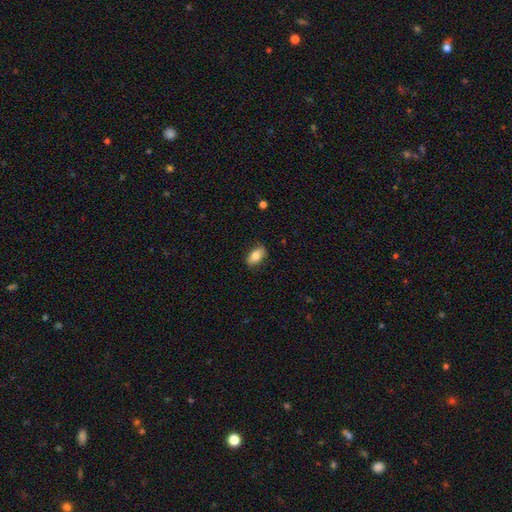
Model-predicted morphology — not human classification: smooth 80%, featured or disk 13%, star or artifact 7%. Down the decision tree: how rounded — in between (89%); merging — none (85%).